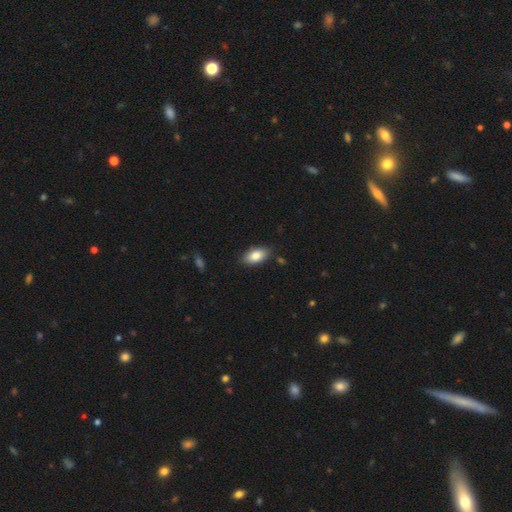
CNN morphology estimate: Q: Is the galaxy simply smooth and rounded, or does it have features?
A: smooth — 84%.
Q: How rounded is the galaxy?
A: in between — 92%.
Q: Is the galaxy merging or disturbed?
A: none — 85%.